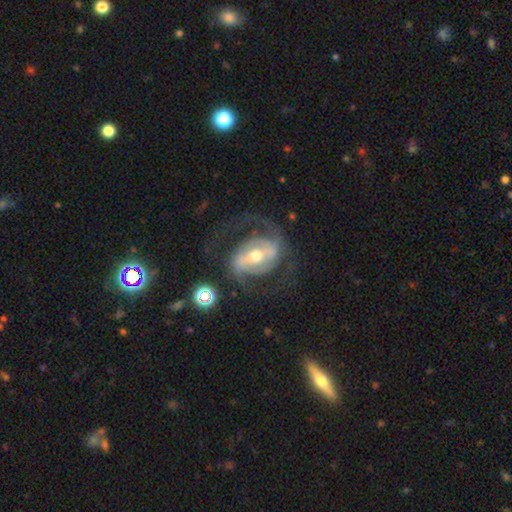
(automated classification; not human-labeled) Morphology: type=featured or disk (87%); edge-on=no (96%); bar=strong (56%); spiral arms=yes (92%); winding=medium (53%); arm count=2 (85%); bulge=moderate (62%); merging=none (66%).